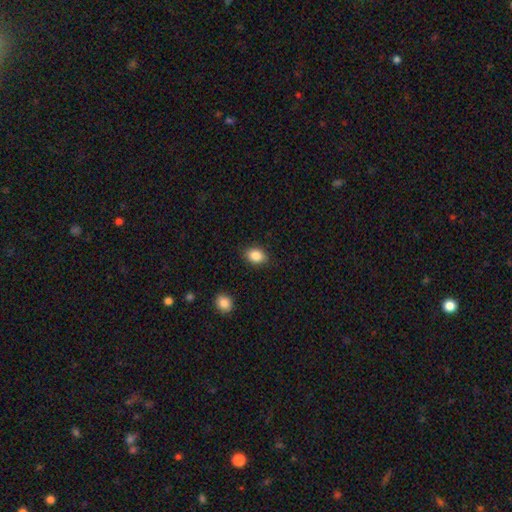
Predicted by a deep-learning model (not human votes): Smooth or featured: smooth — 86% (star or artifact — 9%)
How rounded: in between — 70% (round — 29%)
Merging: none — 86% (minor disturbance — 10%)